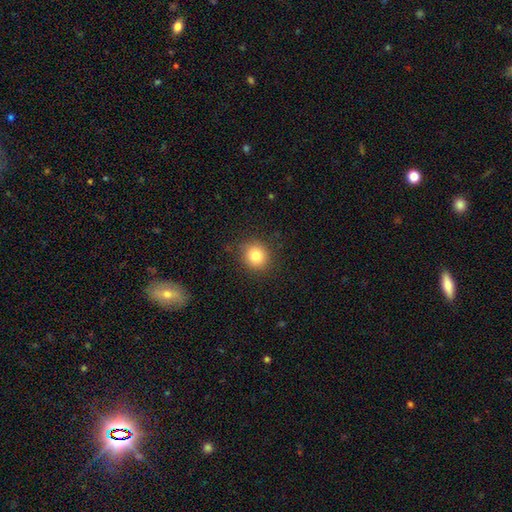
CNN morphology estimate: Smooth or featured?
  - smooth: 83% *
  - star or artifact: 11%
  - featured or disk: 7%
How rounded?
  - round: 86% *
  - in between: 13%
  - cigar-shaped: 1%
Merging?
  - none: 87% *
  - minor disturbance: 9%
  - major disturbance: 3%
  - merger: 1%